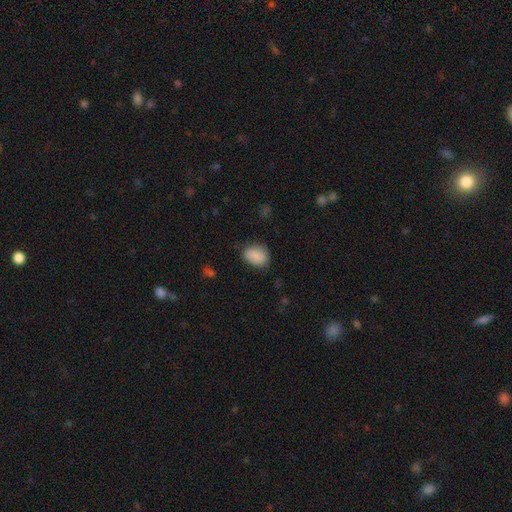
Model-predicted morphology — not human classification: Overall: smooth (86%). How rounded: in between (72%). Merging: none (72%).